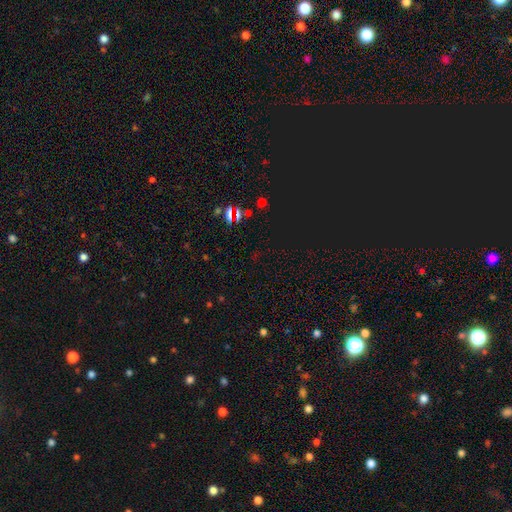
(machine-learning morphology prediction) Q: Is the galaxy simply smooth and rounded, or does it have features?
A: star or artifact — 76%.